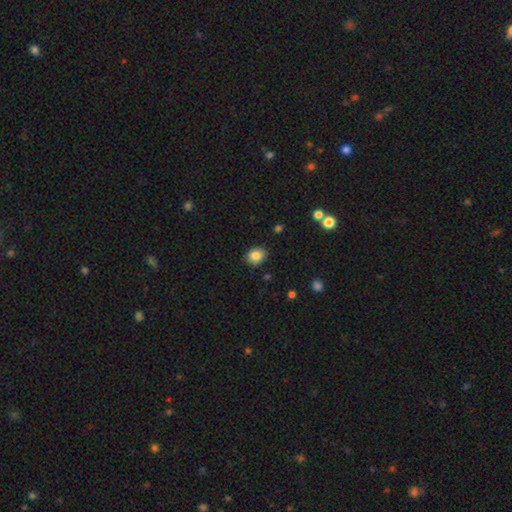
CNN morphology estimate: Smooth or featured: smooth — 84% (star or artifact — 9%)
How rounded: round — 50% (in between — 49%)
Merging: none — 87% (minor disturbance — 10%)